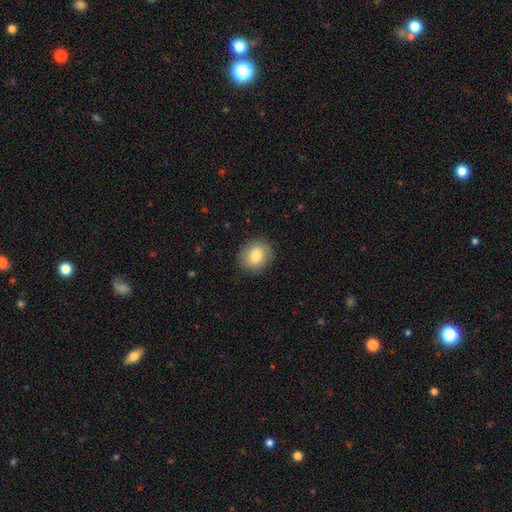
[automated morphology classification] Q: Smooth or featured?
A: smooth (78%); runner-up: featured or disk (14%)
Q: How rounded?
A: round (73%); runner-up: in between (27%)
Q: Merging?
A: none (86%); runner-up: minor disturbance (10%)